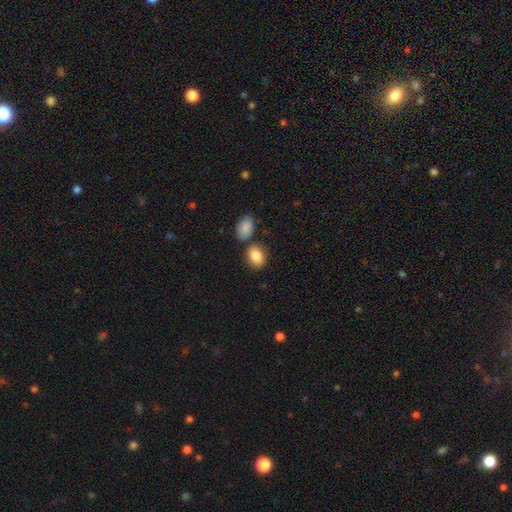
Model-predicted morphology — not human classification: Smooth or featured? smooth (86%)
How rounded? in between (72%)
Merging? none (68%)